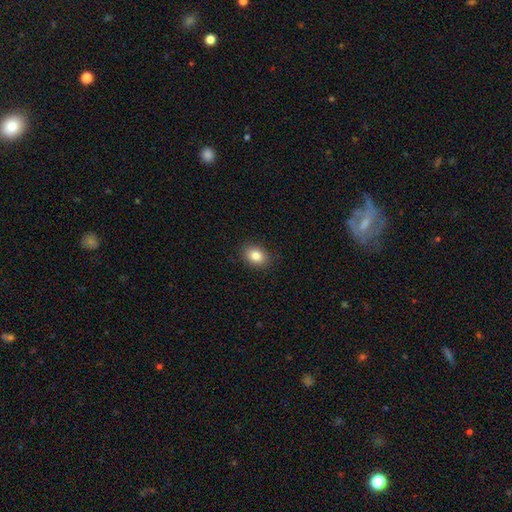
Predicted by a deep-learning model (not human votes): Q: Smooth or featured?
A: smooth (84%); runner-up: star or artifact (9%)
Q: How rounded?
A: in between (70%); runner-up: round (29%)
Q: Merging?
A: none (89%); runner-up: minor disturbance (8%)